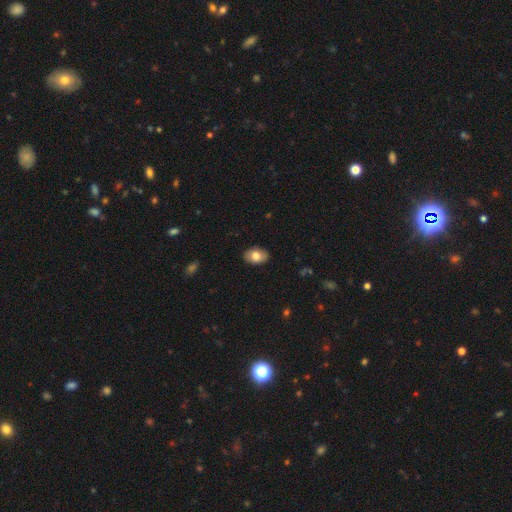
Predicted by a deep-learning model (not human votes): Morphology: type=smooth (77%); roundness=in between (86%); merging=none (88%).